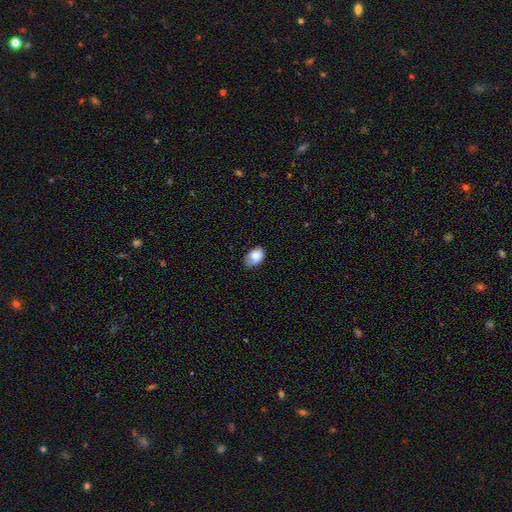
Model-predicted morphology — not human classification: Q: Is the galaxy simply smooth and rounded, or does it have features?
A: smooth — 80%.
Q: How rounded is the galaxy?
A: in between — 84%.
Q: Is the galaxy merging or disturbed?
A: none — 57%.